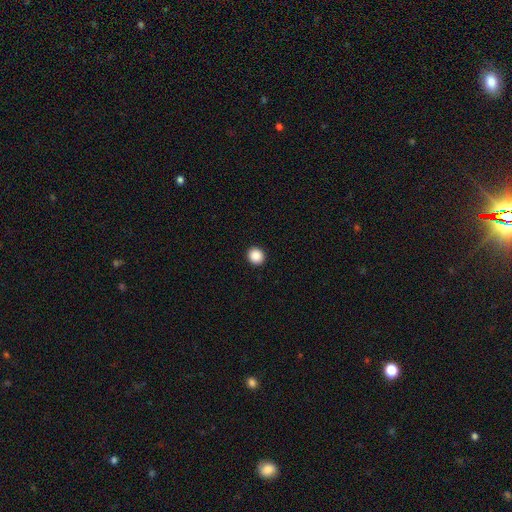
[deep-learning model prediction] A smooth galaxy with no disk features (89%) that is round (93%). Merging: none (94%).